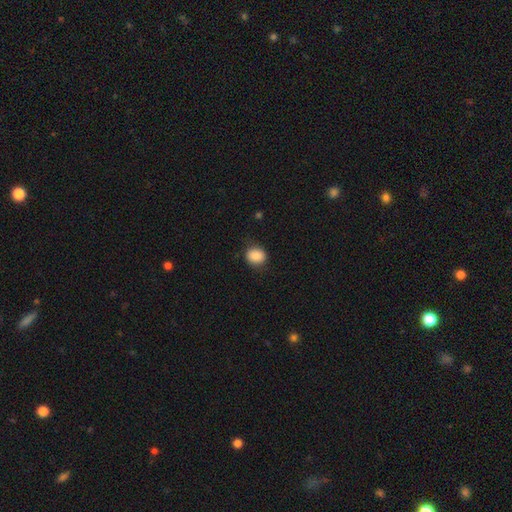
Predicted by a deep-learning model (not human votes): Q: Smooth or featured?
A: smooth (86%); runner-up: star or artifact (9%)
Q: How rounded?
A: round (64%); runner-up: in between (35%)
Q: Merging?
A: none (81%); runner-up: minor disturbance (15%)